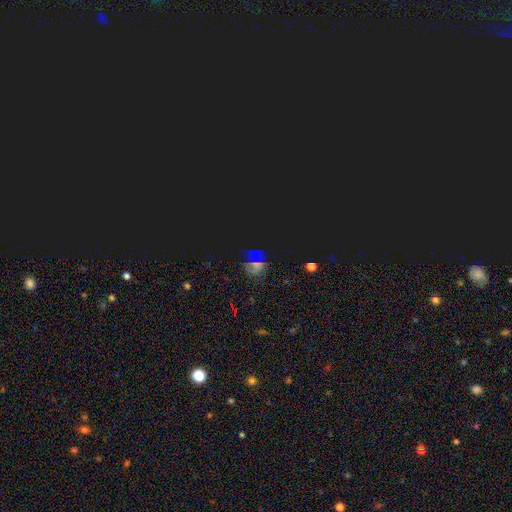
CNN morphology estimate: smooth_or_featured: star or artifact (p=0.69) [alt: smooth p=0.20]